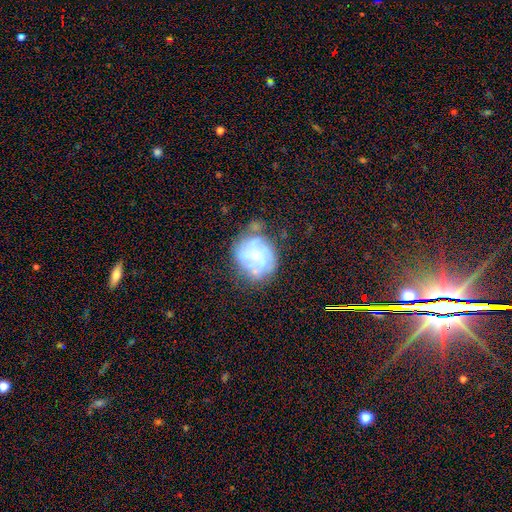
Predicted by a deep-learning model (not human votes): Smooth or featured?
  - featured or disk: 68% *
  - smooth: 23%
  - star or artifact: 9%
Edge-on disk?
  - no: 98% *
  - yes: 2%
Bar?
  - no: 74% *
  - weak: 22%
  - strong: 4%
Spiral arms?
  - yes: 71% *
  - no: 29%
Bulge size?
  - small: 52% *
  - moderate: 37%
  - none: 6%
  - large: 3%
  - dominant: 1%
Merging?
  - none: 57% *
  - minor disturbance: 22%
  - major disturbance: 14%
  - merger: 7%